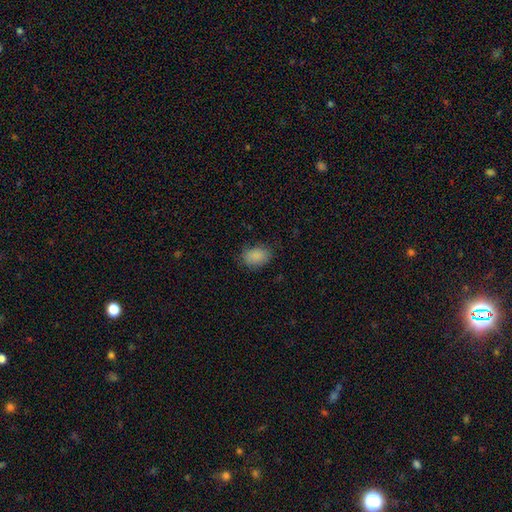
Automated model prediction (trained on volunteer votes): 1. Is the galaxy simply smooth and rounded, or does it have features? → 87% smooth, 8% star or artifact, 5% featured or disk.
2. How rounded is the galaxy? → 75% in between, 24% round, 1% cigar-shaped.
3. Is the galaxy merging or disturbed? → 77% none, 18% minor disturbance, 5% major disturbance, 1% merger.